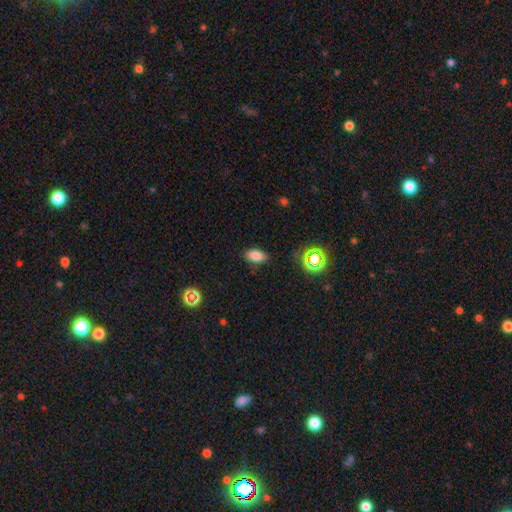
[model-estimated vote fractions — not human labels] Smooth or featured? Predicted: smooth (p=0.81). How rounded? Predicted: in between (p=0.90). Merging? Predicted: none (p=0.86).